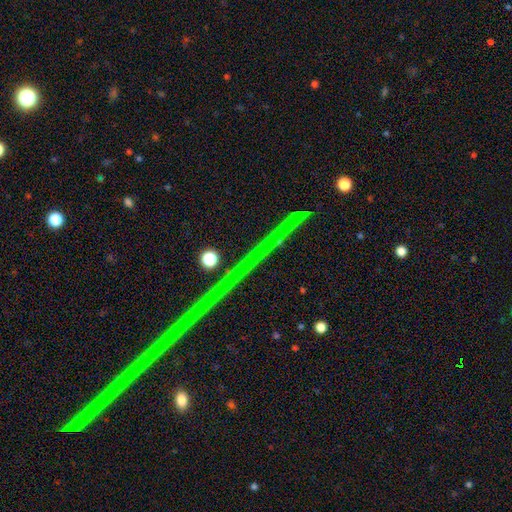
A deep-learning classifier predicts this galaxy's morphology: This is clearly a star or artifact rather than a galaxy (81%).